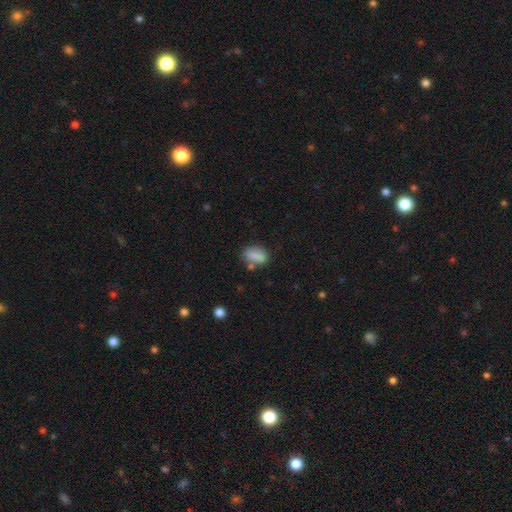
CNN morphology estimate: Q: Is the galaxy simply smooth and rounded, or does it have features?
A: smooth — 81%.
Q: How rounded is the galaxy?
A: in between — 81%.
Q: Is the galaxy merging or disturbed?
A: none — 70%.